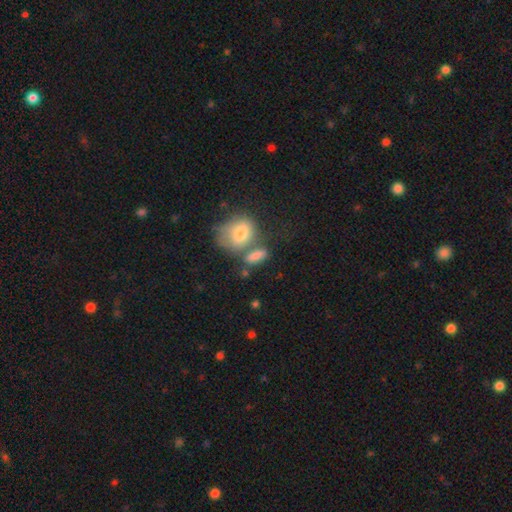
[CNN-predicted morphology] smooth_or_featured: smooth (p=0.76) [alt: featured or disk p=0.14]
how_rounded: in between (p=0.70) [alt: cigar-shaped p=0.17]
merging: none (p=0.45) [alt: merger p=0.33]